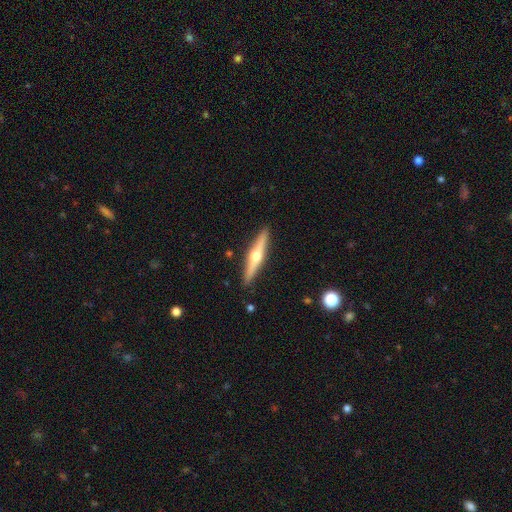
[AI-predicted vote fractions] featured or disk 73%, smooth 22%, star or artifact 5%. Down the decision tree: edge-on disk — yes (97%); edge-on bulge — rounded (96%); merging — none (91%).